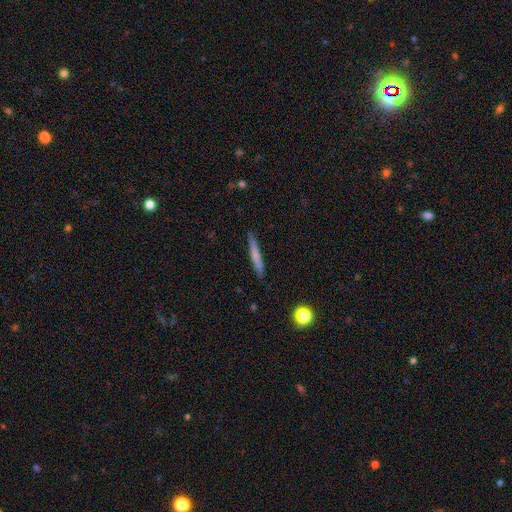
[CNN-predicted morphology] Smooth or featured? smooth (64%)
How rounded? cigar-shaped (96%)
Merging? none (89%)